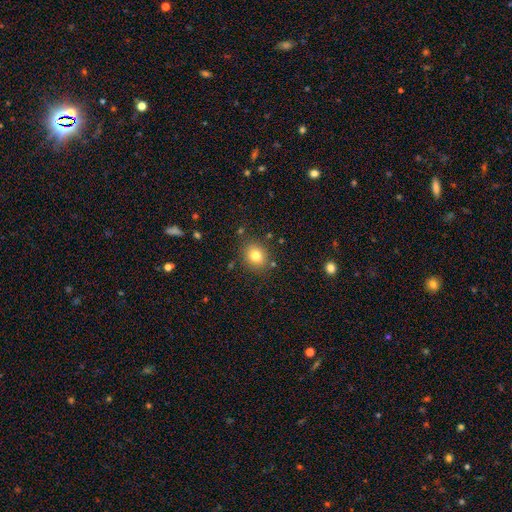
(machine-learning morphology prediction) The model was most divided on "how rounded": round: 68%, in between: 31%, cigar-shaped: 1%. More confident: merging — none (85%); smooth or featured — smooth (79%).